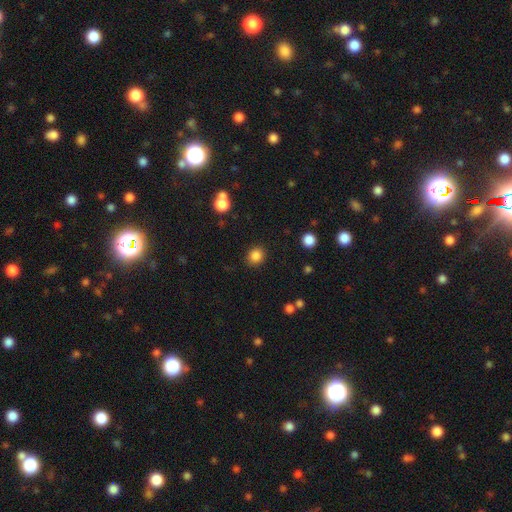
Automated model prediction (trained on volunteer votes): This appears to be a smooth galaxy with no disk features (85%) that is round (77%). Merging: none (89%).